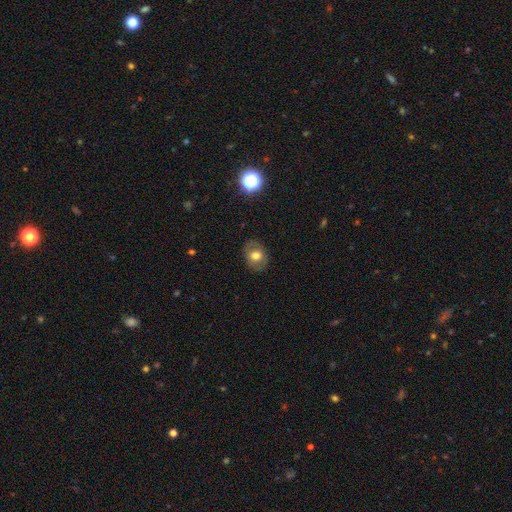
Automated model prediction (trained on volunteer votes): smooth_or_featured: smooth (p=0.61) [alt: featured or disk p=0.29]
how_rounded: in between (p=0.59) [alt: round p=0.40]
merging: none (p=0.83) [alt: minor disturbance p=0.12]